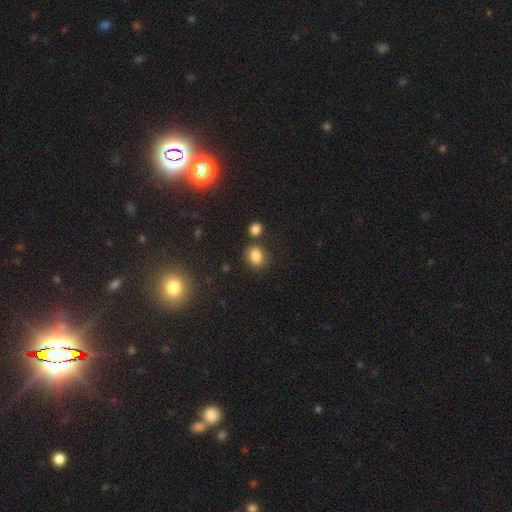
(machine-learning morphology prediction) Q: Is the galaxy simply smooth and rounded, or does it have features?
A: smooth — 83%.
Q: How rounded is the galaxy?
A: in between — 59%.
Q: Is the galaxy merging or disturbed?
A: none — 70%.